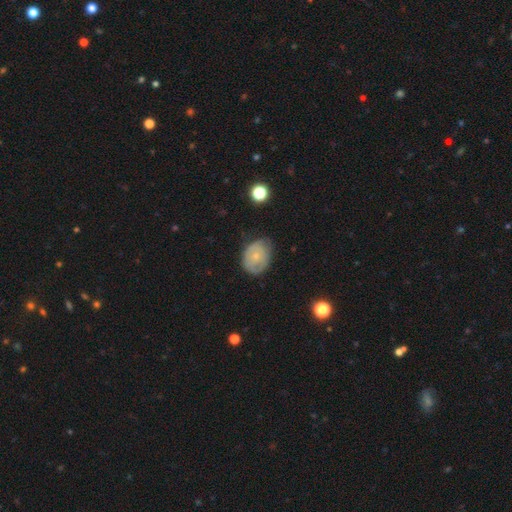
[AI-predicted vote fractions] The model was most divided on "smooth or featured": smooth: 54%, featured or disk: 39%, star or artifact: 8%. More confident: how rounded — in between (61%); merging — none (58%).